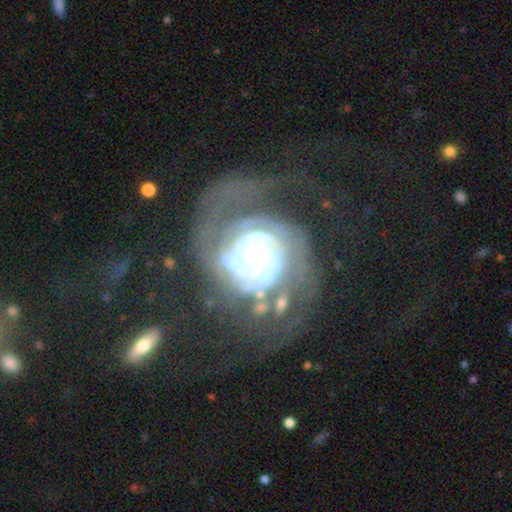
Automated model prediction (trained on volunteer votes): featured or disk 87%, smooth 7%, star or artifact 6%. Down the decision tree: edge-on disk — no (97%); bar — no (63%); spiral arms — yes (93%); spiral arm count — 2 (30%, tied with can't tell); spiral winding — tight (65%); bulge size — moderate (43%); merging — none (41%).